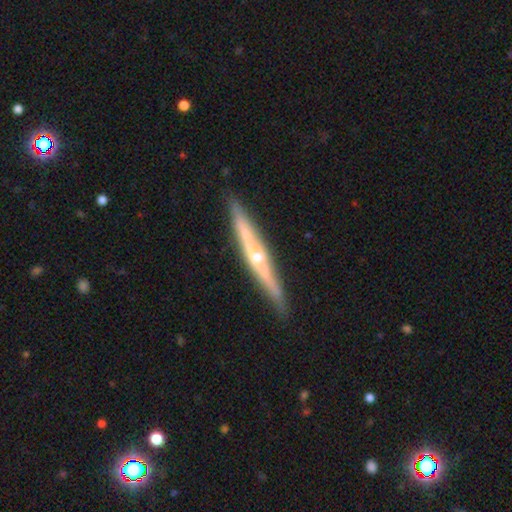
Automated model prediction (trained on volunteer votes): Morphology: type=featured or disk (75%); edge-on=yes (97%); edge-on bulge=rounded (80%); merging=none (88%).